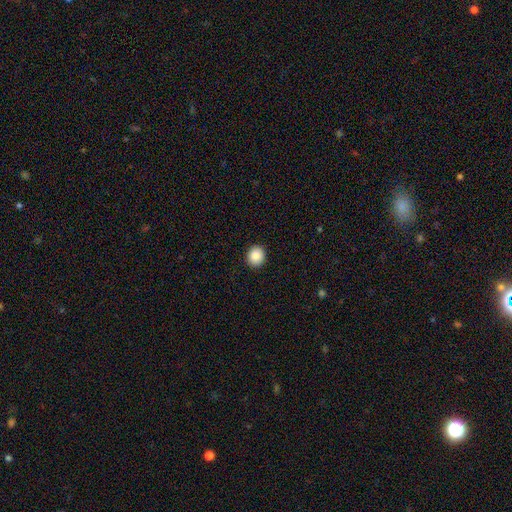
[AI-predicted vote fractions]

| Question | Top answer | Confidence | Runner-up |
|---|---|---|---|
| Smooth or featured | smooth | 87% | star or artifact (8%) |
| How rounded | round | 83% | in between (17%) |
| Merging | none | 92% | minor disturbance (5%) |